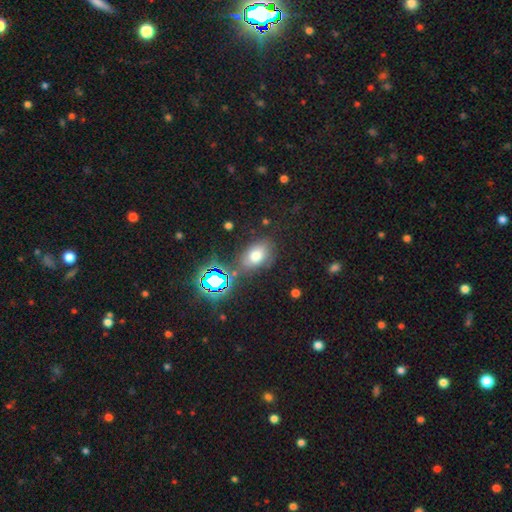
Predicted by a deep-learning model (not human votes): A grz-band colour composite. It shows a smooth galaxy with no disk features (65%) that is in between round and cigar-shaped (81%). Merging: none (68%).